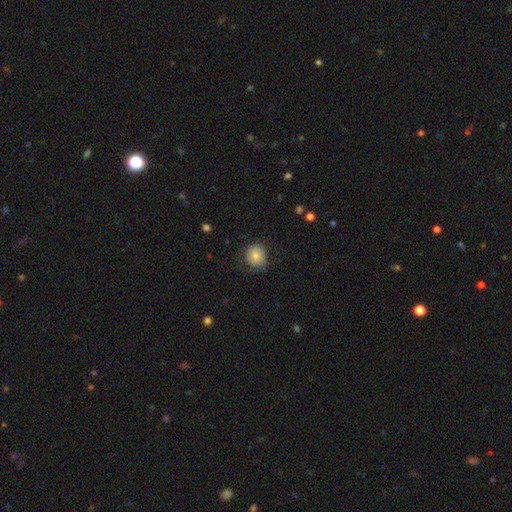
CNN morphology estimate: Smooth or featured? smooth (73%)
How rounded? round (82%)
Merging? none (69%)